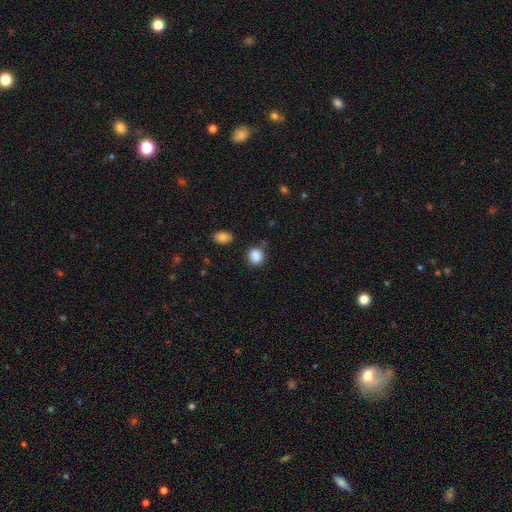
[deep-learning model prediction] Smooth or featured? smooth (87%)
How rounded? round (76%)
Merging? none (77%)